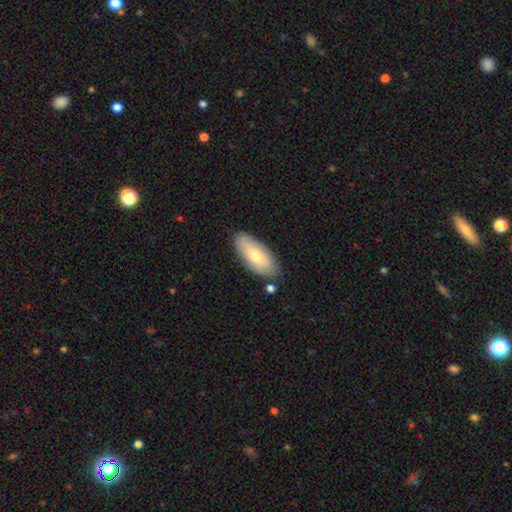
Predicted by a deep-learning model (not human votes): A smooth galaxy with no disk features (72%) that is in between round and cigar-shaped (86%). Merging: none (78%).